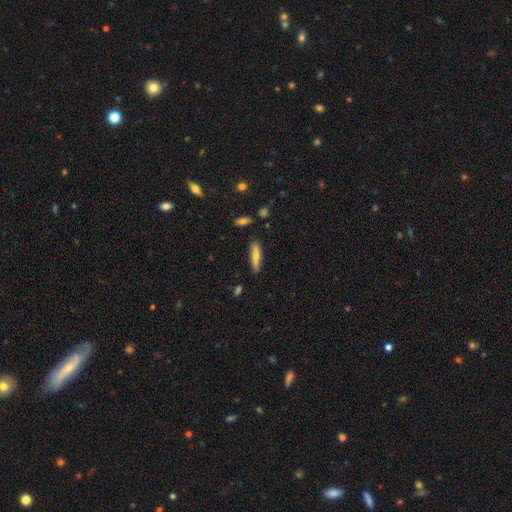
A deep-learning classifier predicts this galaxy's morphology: Smooth or featured?
  - smooth: 61% *
  - featured or disk: 32%
  - star or artifact: 7%
How rounded?
  - cigar-shaped: 78% *
  - in between: 20%
  - round: 2%
Merging?
  - none: 80% *
  - minor disturbance: 15%
  - major disturbance: 3%
  - merger: 2%